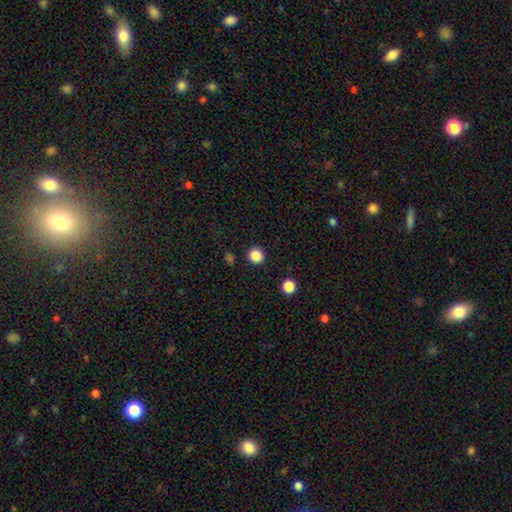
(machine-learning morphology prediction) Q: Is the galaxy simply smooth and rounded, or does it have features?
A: smooth — 86%.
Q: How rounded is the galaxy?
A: round — 95%.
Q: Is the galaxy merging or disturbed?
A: none — 92%.